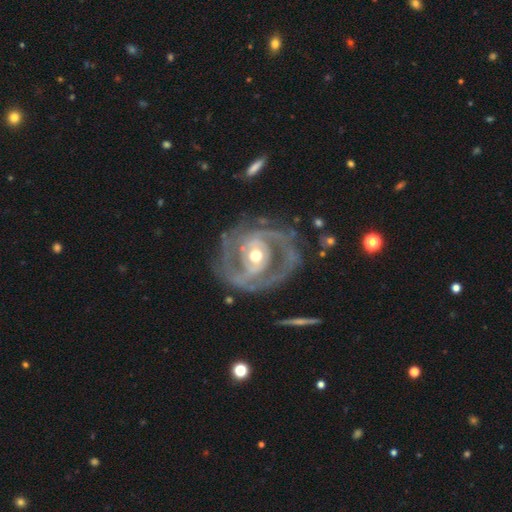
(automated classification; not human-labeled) Overall: featured or disk (86%). Edge-on disk: no (97%). Bar: no (55%; weak 30%). Spiral arms: yes (83%). Spiral arm count: 2 (48%; can't tell 21%). Spiral winding: tight (50%; medium 36%). Bulge size: moderate (74%). Merging: none (65%).